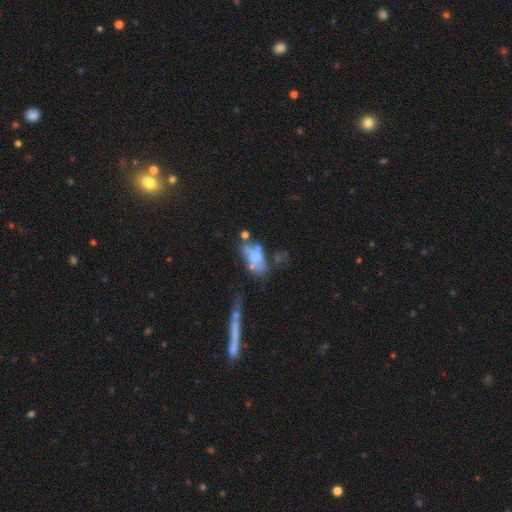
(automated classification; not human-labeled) A featured or disk galaxy (45%).

Vote fractions:
- Smooth or featured? featured or disk: 45% / smooth: 43% / star or artifact: 12%
- Merging? merger: 30% / none: 26% / major disturbance: 24% / minor disturbance: 19%